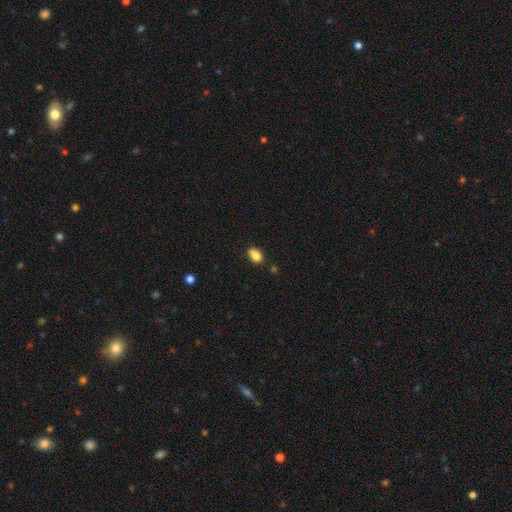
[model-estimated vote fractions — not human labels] Morphology: type=smooth (82%); roundness=in between (80%); merging=none (61%).